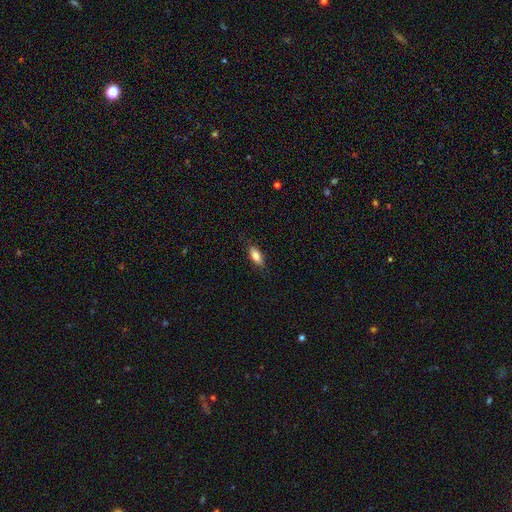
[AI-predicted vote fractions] This appears to be a smooth galaxy with no disk features (83%) that is in between round and cigar-shaped (82%). Merging: none (83%).